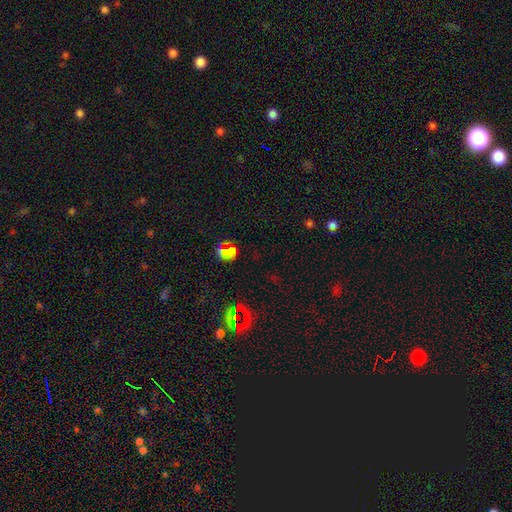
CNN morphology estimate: A star or artifact, not a galaxy (57%).

Vote fractions:
- Smooth or featured? star or artifact: 57% / smooth: 34% / featured or disk: 9%